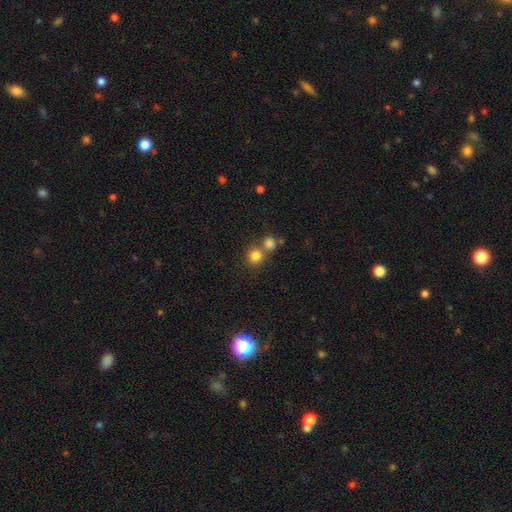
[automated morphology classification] Q: Smooth or featured?
A: smooth (81%); runner-up: star or artifact (13%)
Q: How rounded?
A: round (90%); runner-up: in between (9%)
Q: Merging?
A: none (59%); runner-up: merger (32%)